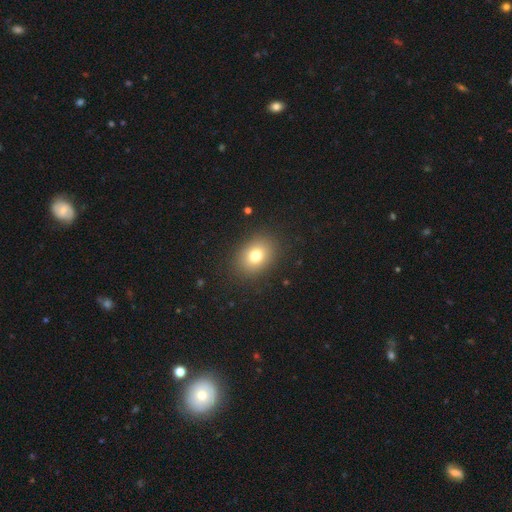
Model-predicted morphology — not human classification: smooth-or-featured: smooth: 77% | star or artifact: 12% | featured or disk: 11%
  how-rounded: in between: 60% | round: 39% | cigar-shaped: 1%
  merging: none: 88% | minor disturbance: 8% | major disturbance: 3% | merger: 1%